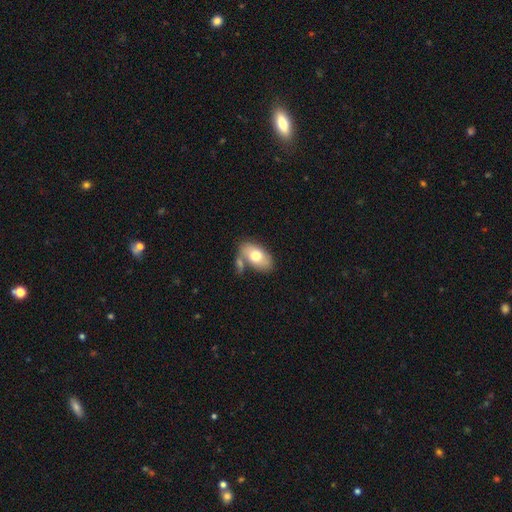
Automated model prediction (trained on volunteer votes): Q: Smooth or featured?
A: smooth (70%); runner-up: featured or disk (24%)
Q: How rounded?
A: in between (91%); runner-up: round (7%)
Q: Merging?
A: none (52%); runner-up: merger (25%)